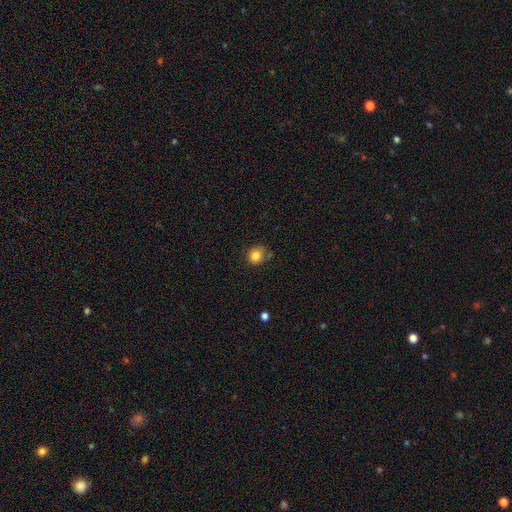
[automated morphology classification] Smooth or featured? Predicted: smooth (p=0.83). How rounded? Predicted: round (p=0.75). Merging? Predicted: none (p=0.72).